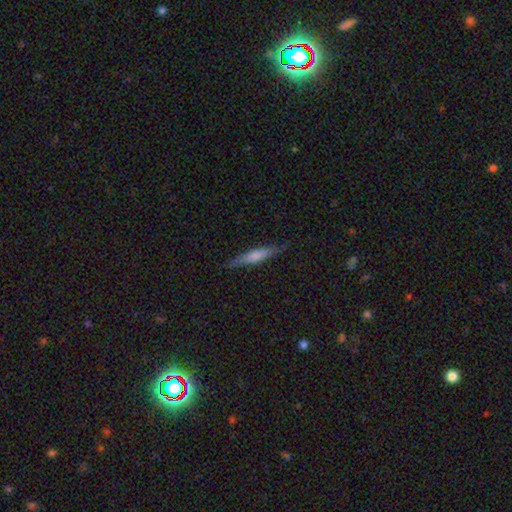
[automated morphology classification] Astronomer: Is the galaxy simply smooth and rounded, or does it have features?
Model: smooth — 59% (runner-up: featured or disk, 35%).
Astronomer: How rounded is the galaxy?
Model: cigar-shaped — 88%.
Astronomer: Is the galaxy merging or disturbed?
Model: none — 84%.